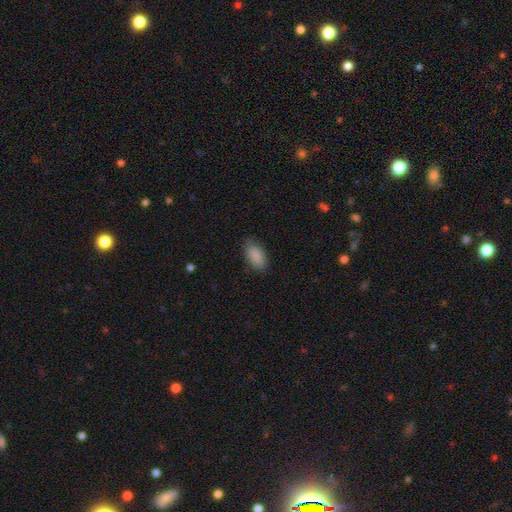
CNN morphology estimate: smooth_or_featured: smooth (p=0.89) [alt: star or artifact p=0.07]
how_rounded: in between (p=0.92) [alt: cigar-shaped p=0.04]
merging: none (p=0.82) [alt: minor disturbance p=0.14]